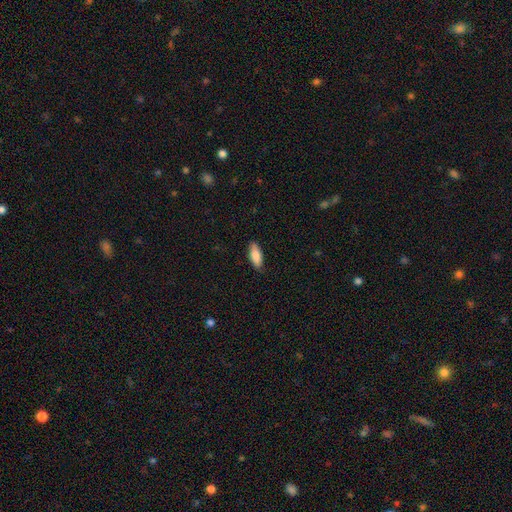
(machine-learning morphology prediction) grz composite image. It shows a smooth galaxy with no disk features (85%) that is in between round and cigar-shaped (71%). Merging: none (86%).